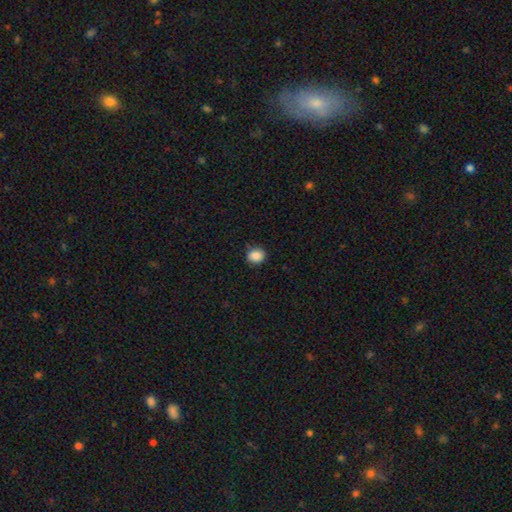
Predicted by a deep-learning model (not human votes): Morphology: type=smooth (88%); roundness=round (61%); merging=none (82%).